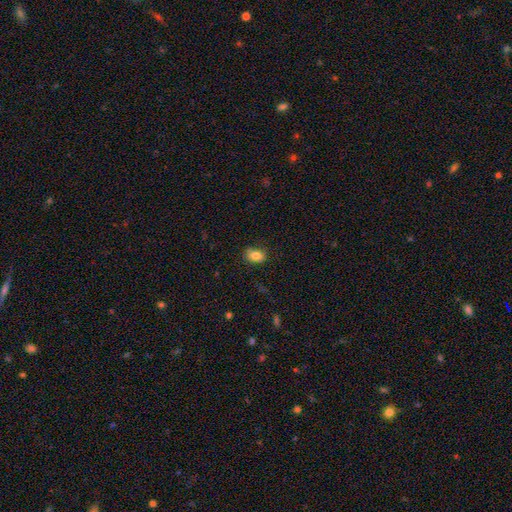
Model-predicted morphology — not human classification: This is clearly a smooth galaxy (84%). How rounded: likely in between (77%). Merging: likely none (80%).